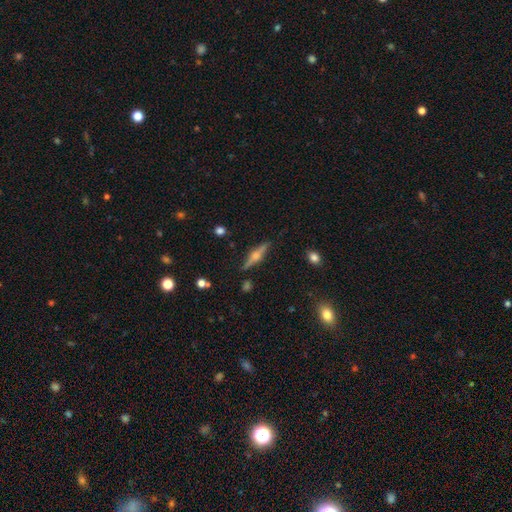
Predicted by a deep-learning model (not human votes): This is likely a featured or disk galaxy (72%). It is clearly viewed edge-on (97%). Edge-on bulge: clearly rounded (91%). Merging: clearly none (87%).